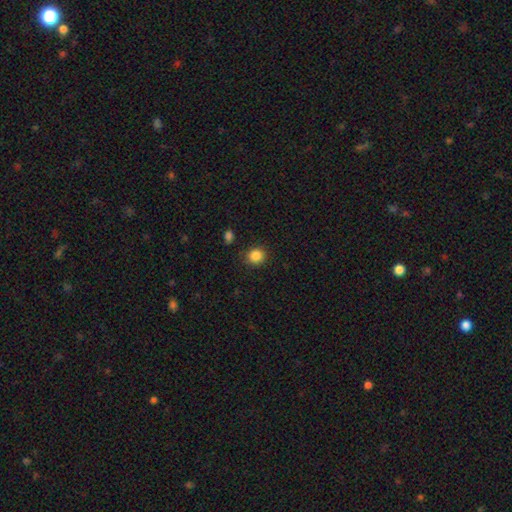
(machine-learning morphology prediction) Smooth or featured: smooth — 86% (star or artifact — 11%)
How rounded: round — 85% (in between — 14%)
Merging: none — 85% (minor disturbance — 10%)